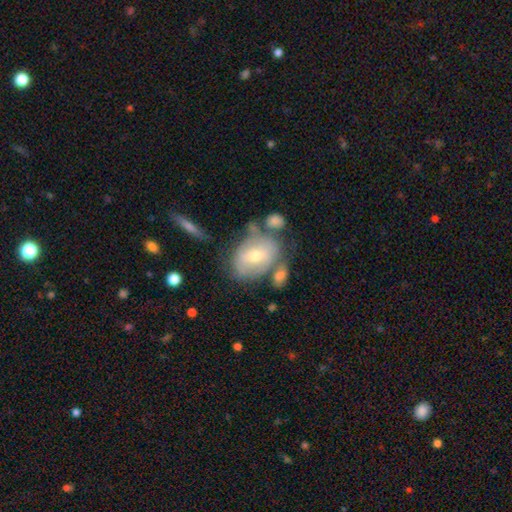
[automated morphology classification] Smooth or featured? featured or disk (47%)
Merging? none (47%)